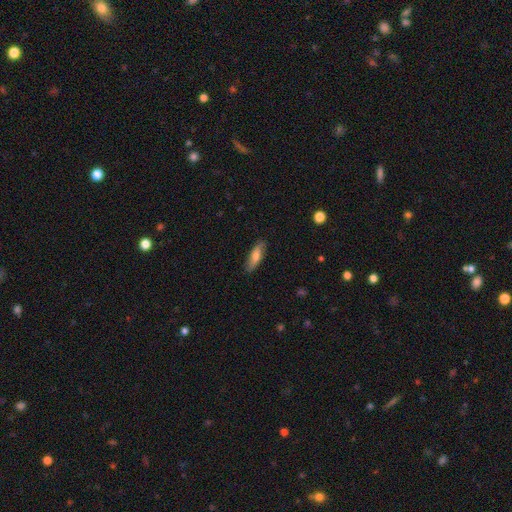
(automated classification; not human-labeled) This is likely a smooth galaxy (67%). How rounded: possibly cigar-shaped (53%). Merging: clearly none (83%).